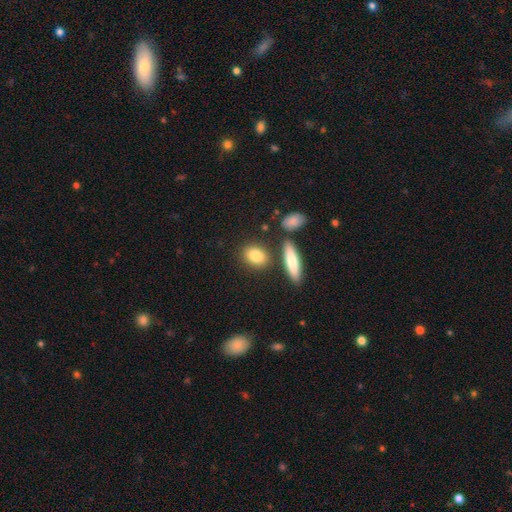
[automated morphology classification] The model was most divided on "how rounded": in between: 67%, round: 24%, cigar-shaped: 9%. More confident: smooth or featured — smooth (83%); merging — none (78%).